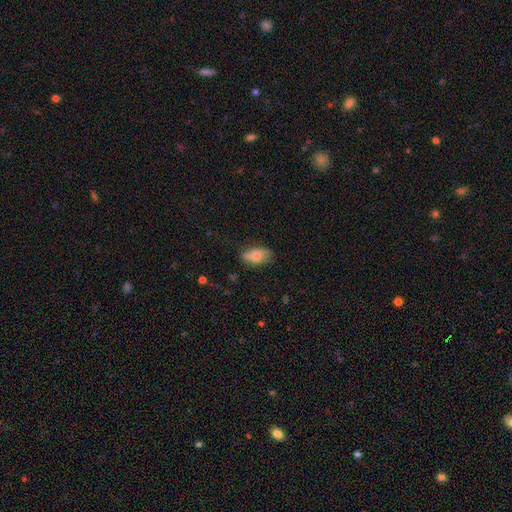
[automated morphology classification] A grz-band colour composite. It shows a smooth galaxy with no disk features (73%) that is in between round and cigar-shaped (89%). Merging: none (55%).